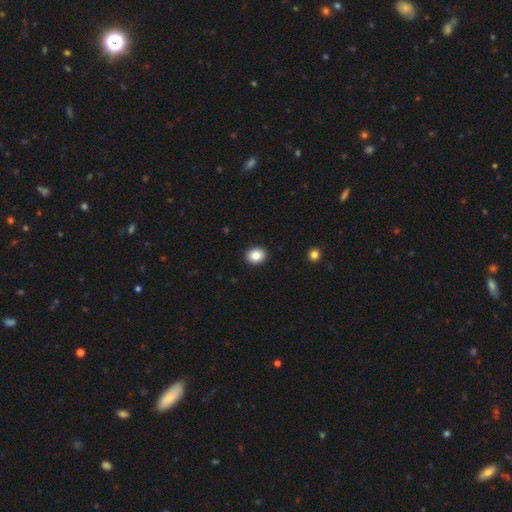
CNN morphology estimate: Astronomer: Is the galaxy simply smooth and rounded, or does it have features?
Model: smooth — 86%.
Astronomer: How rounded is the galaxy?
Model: round — 60% (runner-up: in between, 40%).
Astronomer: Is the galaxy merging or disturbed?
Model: none — 92%.